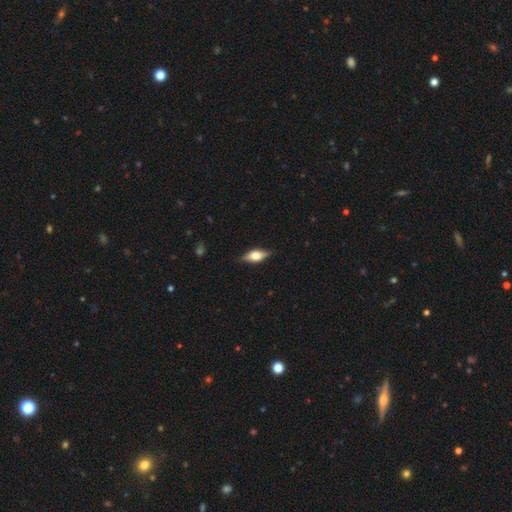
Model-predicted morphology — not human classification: Smooth or featured? featured or disk (50%)
Merging? none (84%)